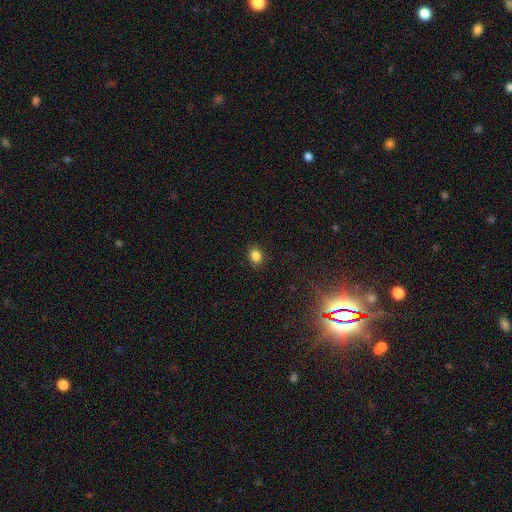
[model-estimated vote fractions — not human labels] Overall: smooth (84%). How rounded: round (50%; in between 49%). Merging: none (89%).